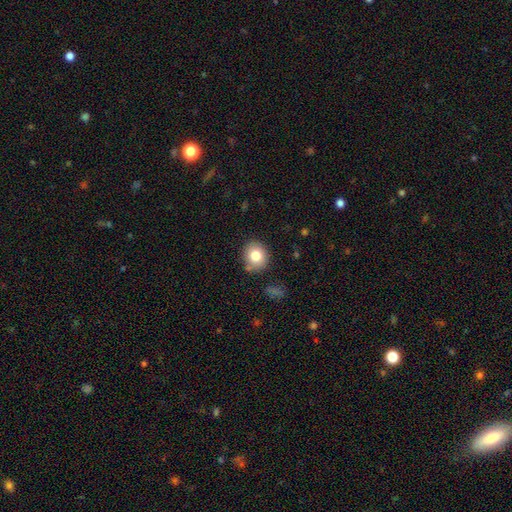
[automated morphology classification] A smooth galaxy with no disk features (79%) that is round (78%).

Vote fractions:
- Smooth or featured? smooth: 79% / featured or disk: 11% / star or artifact: 10%
- How rounded? round: 78% / in between: 21% / cigar-shaped: 1%
- Merging? none: 82% / minor disturbance: 12% / merger: 4% / major disturbance: 3%